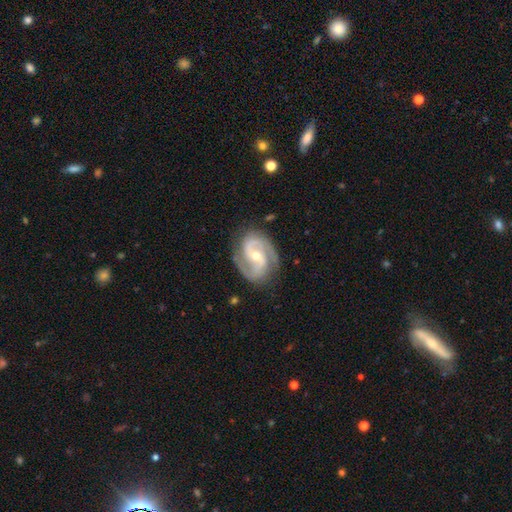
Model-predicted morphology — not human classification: This appears to be a featured or disk galaxy (91%) with a weak bar (40%), 2 (89%) medium (55%) spiral arms (98%) and a moderate central bulge (49%). Merging: none (79%).